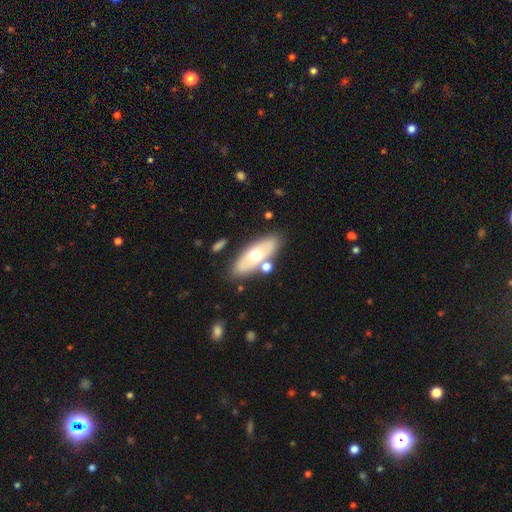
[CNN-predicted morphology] Smooth or featured? Predicted: smooth (p=0.49). Merging? Predicted: none (p=0.77).